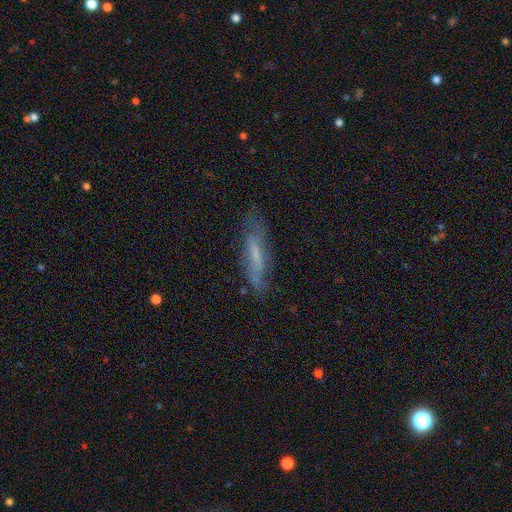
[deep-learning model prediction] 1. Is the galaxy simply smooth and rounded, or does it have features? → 46% smooth, 45% featured or disk, 9% star or artifact.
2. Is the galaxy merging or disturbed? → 72% none, 19% minor disturbance, 6% major disturbance, 2% merger.